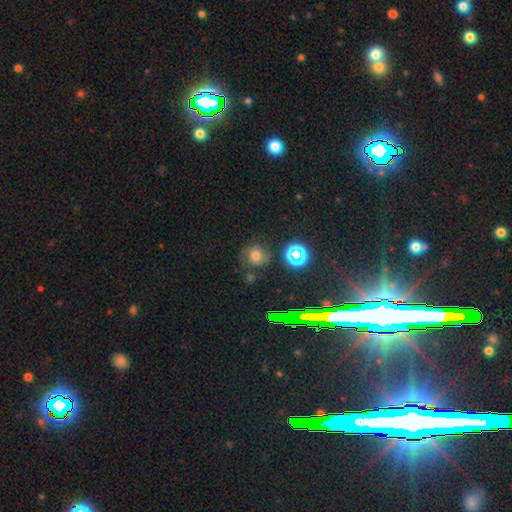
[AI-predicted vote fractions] A smooth galaxy with no disk features (65%) that is round (87%). Merging: none (73%).